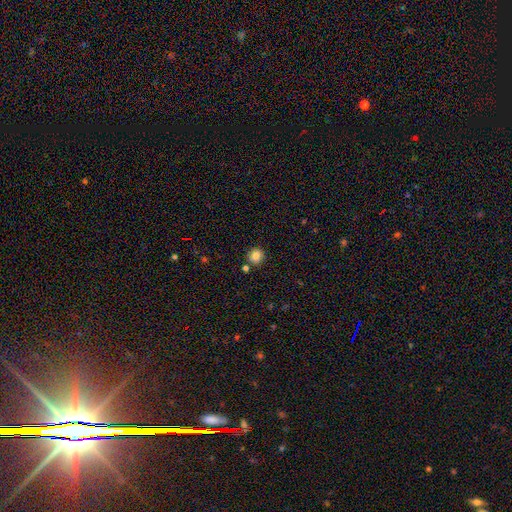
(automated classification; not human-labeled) Smooth or featured?
  - smooth: 83% *
  - star or artifact: 11%
  - featured or disk: 6%
How rounded?
  - round: 84% *
  - in between: 15%
  - cigar-shaped: 1%
Merging?
  - none: 81% *
  - minor disturbance: 10%
  - merger: 7%
  - major disturbance: 3%